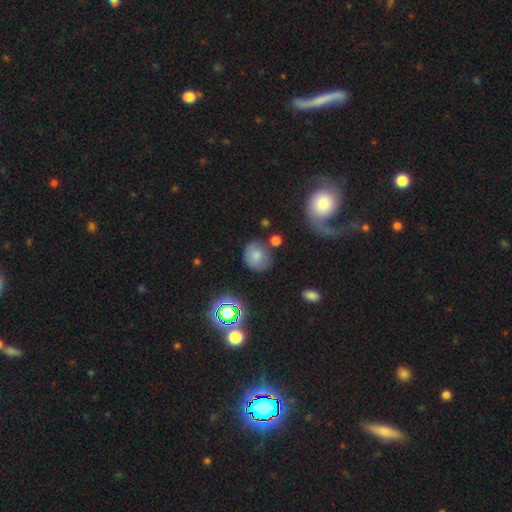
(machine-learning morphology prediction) This appears to be a smooth galaxy with no disk features (72%) that is round (69%). Merging: none (67%).